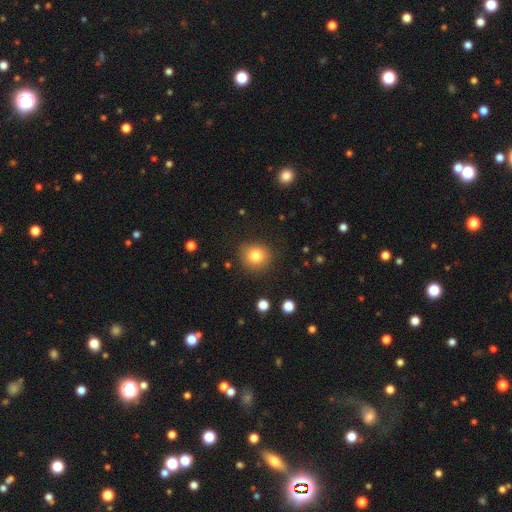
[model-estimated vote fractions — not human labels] A smooth galaxy with no disk features (80%) that is round (86%).

Vote fractions:
- Smooth or featured? smooth: 80% / star or artifact: 12% / featured or disk: 8%
- How rounded? round: 86% / in between: 13% / cigar-shaped: 1%
- Merging? none: 87% / minor disturbance: 9% / major disturbance: 3% / merger: 1%